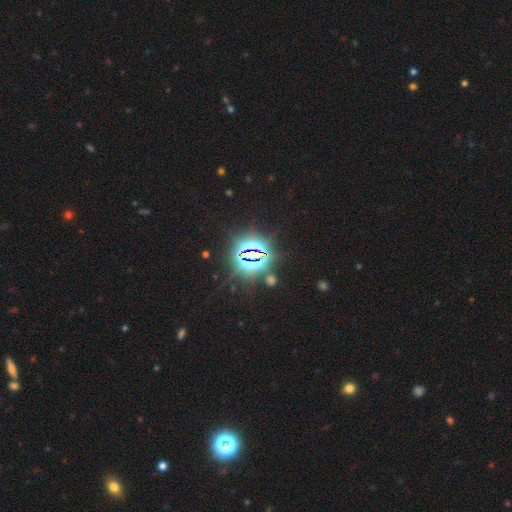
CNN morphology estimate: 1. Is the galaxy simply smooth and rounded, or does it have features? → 86% star or artifact, 9% smooth, 6% featured or disk.